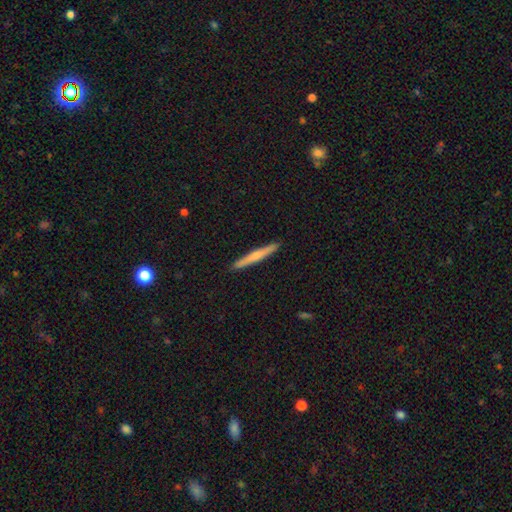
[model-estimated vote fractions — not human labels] A smooth galaxy with no disk features (56%) that is cigar-shaped (96%). Merging: none (92%).